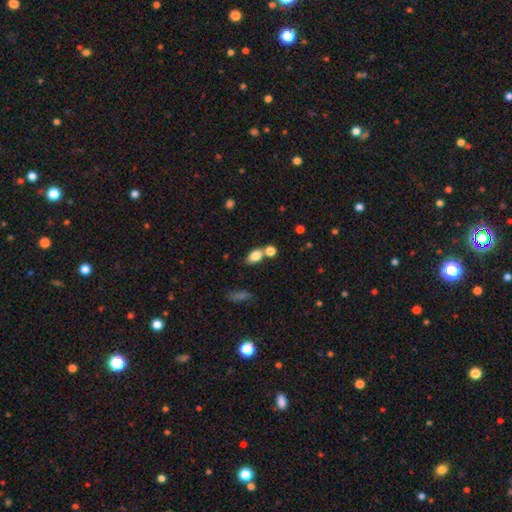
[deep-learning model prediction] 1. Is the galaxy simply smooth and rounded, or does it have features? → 80% smooth, 10% star or artifact, 10% featured or disk.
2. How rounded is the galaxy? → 80% in between, 16% round, 4% cigar-shaped.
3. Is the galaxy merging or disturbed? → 55% none, 30% merger, 11% minor disturbance, 4% major disturbance.